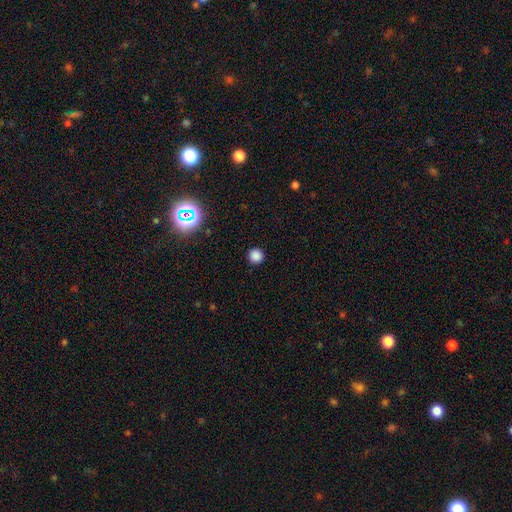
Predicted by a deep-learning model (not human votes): This is clearly a smooth galaxy (84%). How rounded: clearly round (95%). Merging: clearly none (92%).